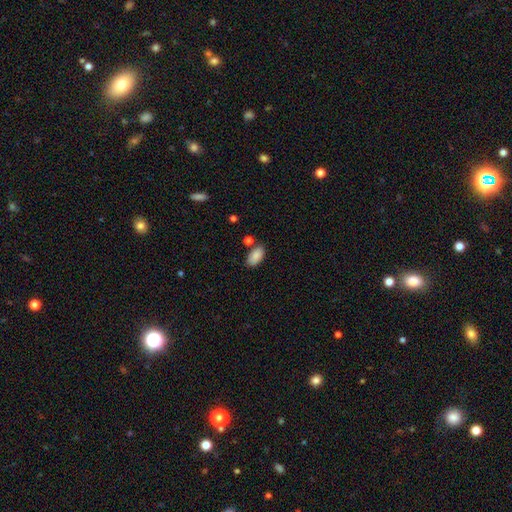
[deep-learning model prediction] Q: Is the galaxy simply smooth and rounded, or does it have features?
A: smooth — 88%.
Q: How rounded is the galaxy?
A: in between — 94%.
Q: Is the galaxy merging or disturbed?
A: none — 76%.